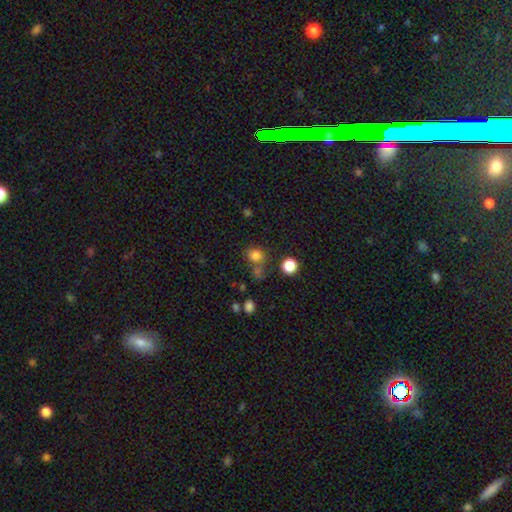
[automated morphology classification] A smooth galaxy with no disk features (78%) that is round (74%). Merging: none (63%).